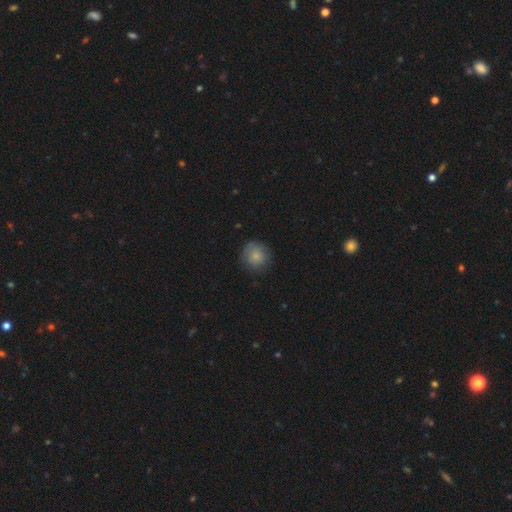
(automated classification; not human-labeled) This is likely a smooth galaxy (79%). How rounded: clearly round (90%). Merging: likely none (79%).